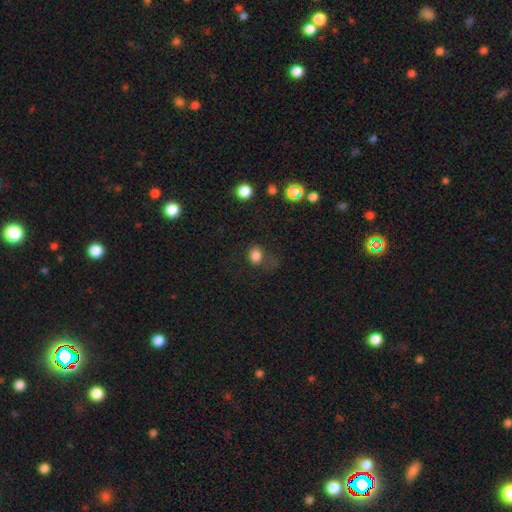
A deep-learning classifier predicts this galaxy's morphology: smooth-or-featured: smooth: 81% | star or artifact: 13% | featured or disk: 6%
  how-rounded: round: 61% | in between: 37% | cigar-shaped: 1%
  merging: none: 52% | minor disturbance: 23% | major disturbance: 21% | merger: 4%